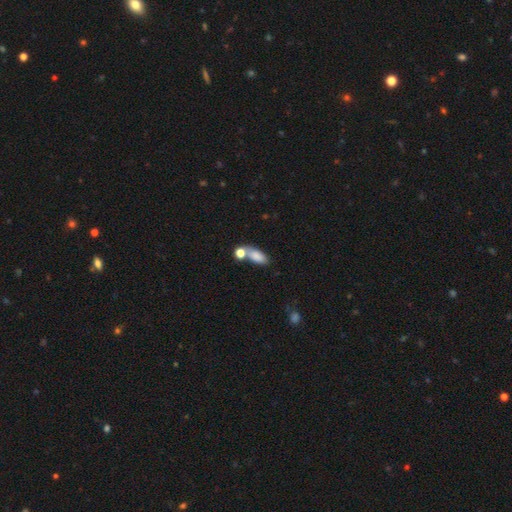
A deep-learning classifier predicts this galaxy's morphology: smooth 81%, featured or disk 10%, star or artifact 9%. Down the decision tree: how rounded — in between (81%); merging — none (47%).